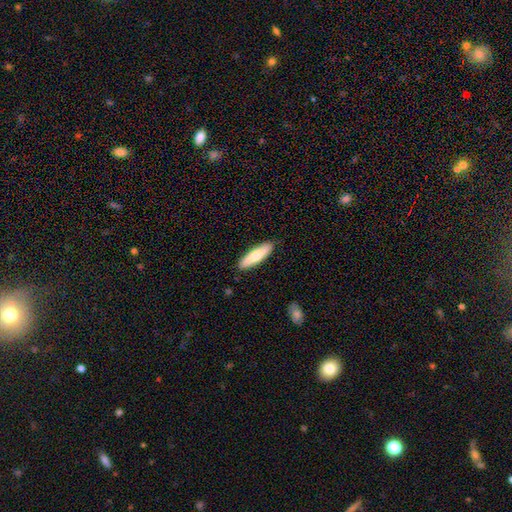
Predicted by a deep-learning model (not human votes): Smooth or featured?
  - smooth: 74% *
  - featured or disk: 21%
  - star or artifact: 5%
How rounded?
  - cigar-shaped: 63% *
  - in between: 35%
  - round: 2%
Merging?
  - none: 88% *
  - minor disturbance: 9%
  - major disturbance: 2%
  - merger: 1%